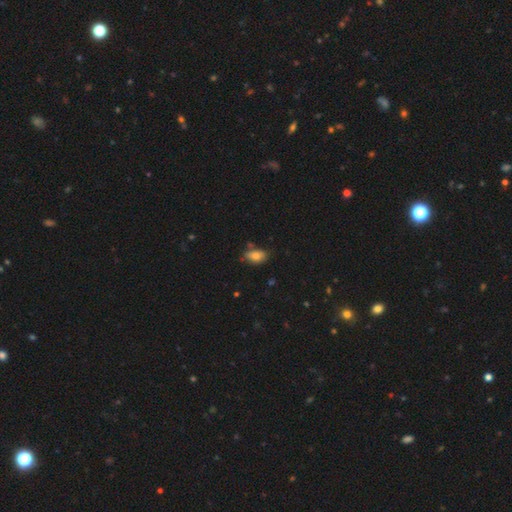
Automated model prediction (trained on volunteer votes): A smooth galaxy with no disk features (79%) that is in between round and cigar-shaped (88%). Merging: none (69%).